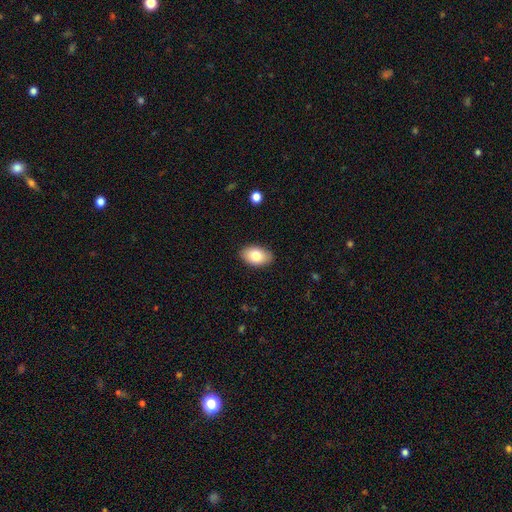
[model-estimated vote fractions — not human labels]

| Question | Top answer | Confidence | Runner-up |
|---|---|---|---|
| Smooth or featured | smooth | 81% | featured or disk (12%) |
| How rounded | in between | 92% | round (7%) |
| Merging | none | 88% | minor disturbance (9%) |